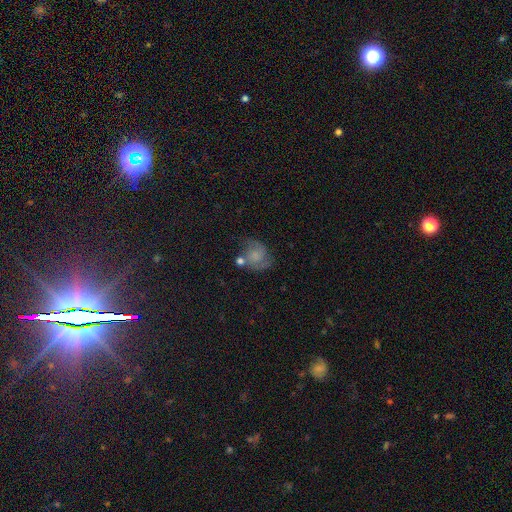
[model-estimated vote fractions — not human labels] Smooth or featured? featured or disk (48%)
Merging? none (44%)